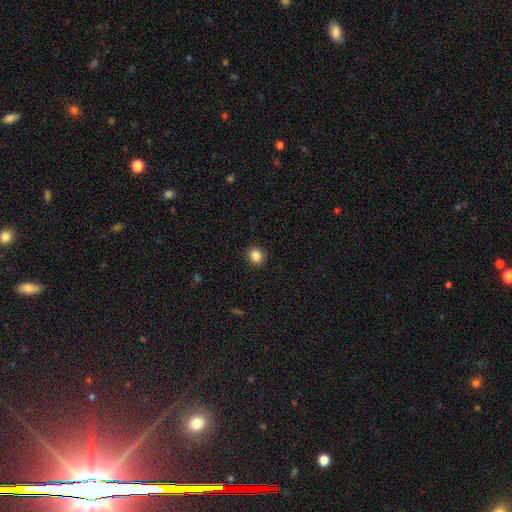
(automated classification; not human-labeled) Smooth or featured?
  - smooth: 86% *
  - star or artifact: 10%
  - featured or disk: 4%
How rounded?
  - round: 84% *
  - in between: 15%
  - cigar-shaped: 1%
Merging?
  - none: 91% *
  - minor disturbance: 6%
  - major disturbance: 2%
  - merger: 1%